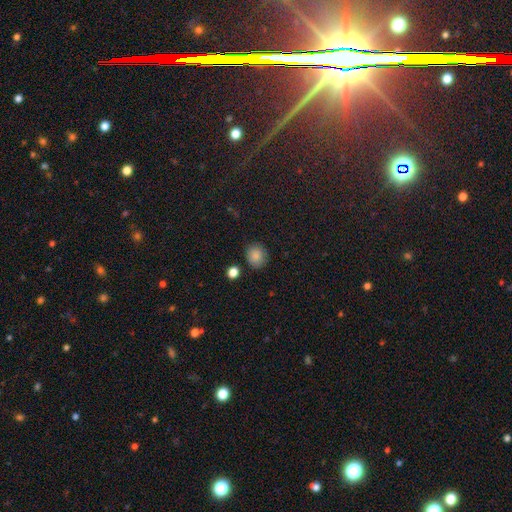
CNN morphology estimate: smooth-or-featured: smooth: 86% | star or artifact: 10% | featured or disk: 5%
  how-rounded: round: 79% | in between: 20% | cigar-shaped: 1%
  merging: none: 83% | minor disturbance: 11% | merger: 3% | major disturbance: 3%